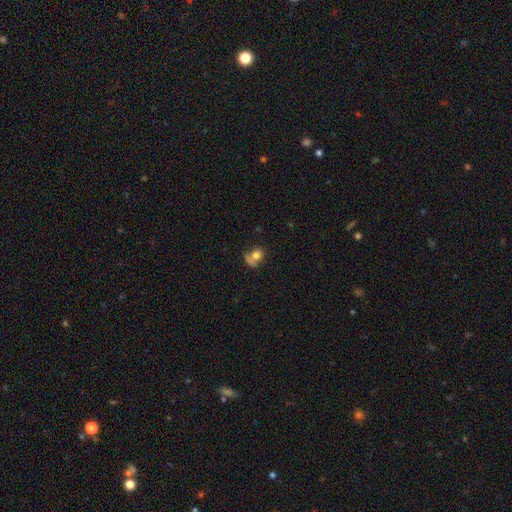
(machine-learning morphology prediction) smooth_or_featured: smooth (p=0.70) [alt: featured or disk p=0.18]
how_rounded: round (p=0.51) [alt: in between p=0.48]
merging: none (p=0.33) [alt: merger p=0.24]